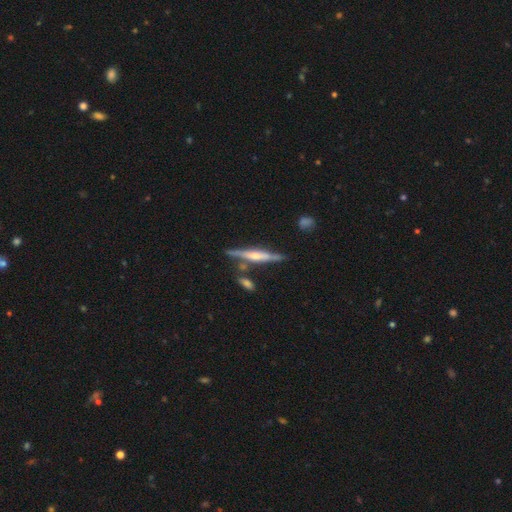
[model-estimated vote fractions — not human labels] featured or disk 69%, smooth 25%, star or artifact 6%. Down the decision tree: edge-on disk — yes (95%); edge-on bulge — rounded (66%); merging — none (72%).